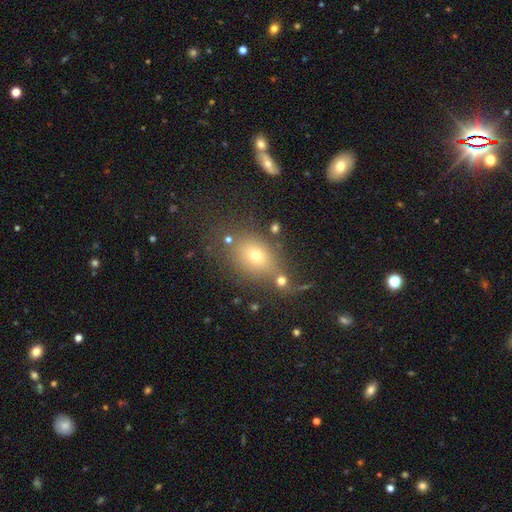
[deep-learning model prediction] The model was most divided on "how rounded": in between: 65%, round: 33%, cigar-shaped: 2%. More confident: smooth or featured — smooth (66%); merging — none (63%).